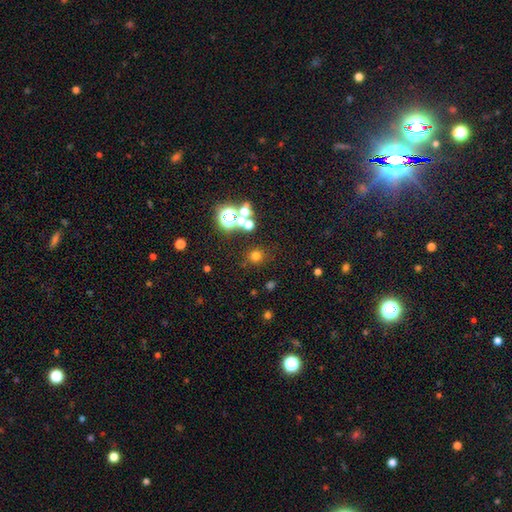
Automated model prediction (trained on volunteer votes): smooth_or_featured: smooth (p=0.67) [alt: star or artifact p=0.26]
how_rounded: round (p=0.92) [alt: in between p=0.07]
merging: none (p=0.80) [alt: merger p=0.08]